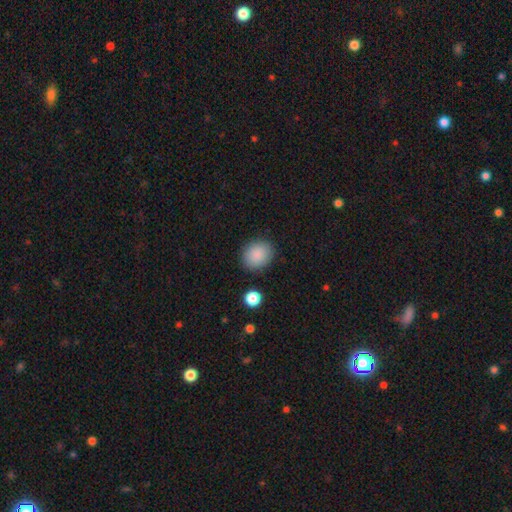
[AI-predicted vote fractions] Smooth or featured? smooth (88%)
How rounded? round (59%)
Merging? none (87%)